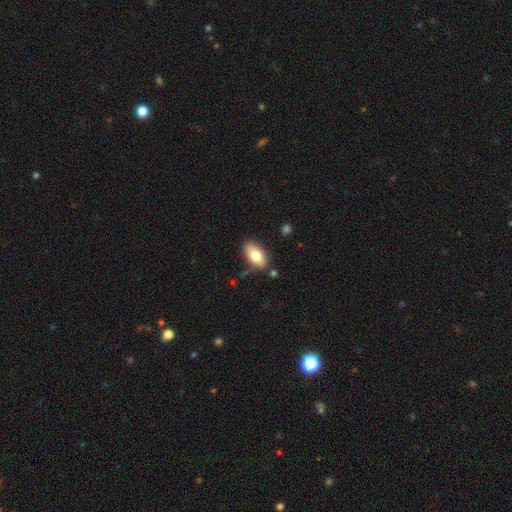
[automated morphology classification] This appears to be a smooth galaxy with no disk features (80%) that is in between round and cigar-shaped (93%). Merging: none (77%).